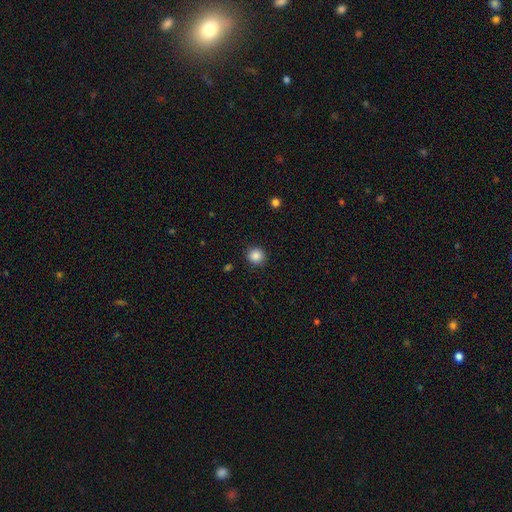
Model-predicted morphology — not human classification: Q: Smooth or featured?
A: smooth (87%); runner-up: star or artifact (10%)
Q: How rounded?
A: round (91%); runner-up: in between (8%)
Q: Merging?
A: none (90%); runner-up: minor disturbance (7%)